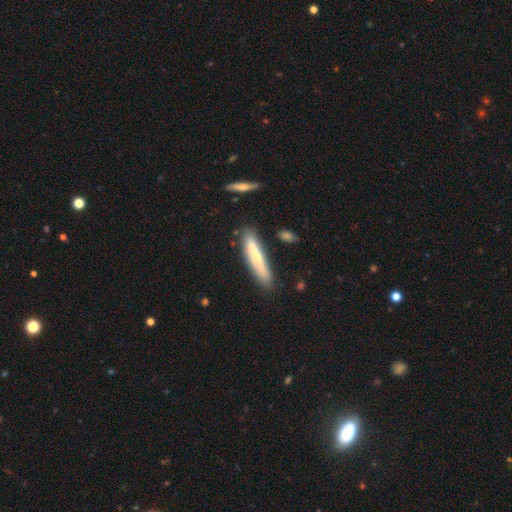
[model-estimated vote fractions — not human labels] This is likely a smooth galaxy (63%). How rounded: clearly cigar-shaped (89%). Merging: likely none (79%).